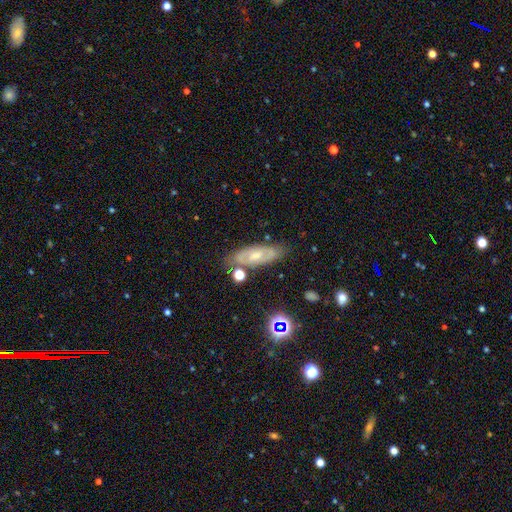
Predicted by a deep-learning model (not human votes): Overall: featured or disk (61%; smooth 29%). Edge-on disk: no (82%). Bar: no (52%; weak 36%). Spiral arms: yes (70%). Bulge size: small (47%; moderate 45%). Merging: none (74%).